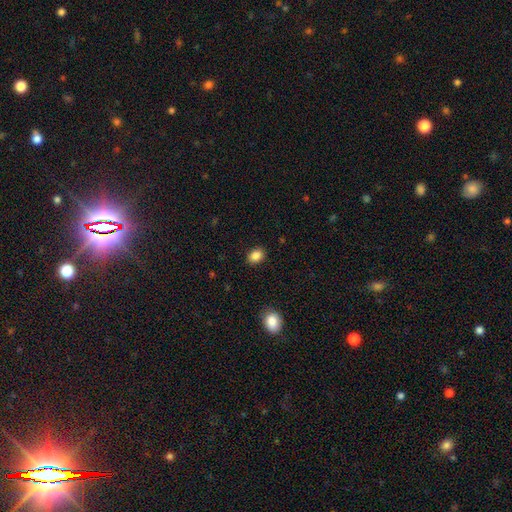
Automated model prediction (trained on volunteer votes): The model was most divided on "how rounded": in between: 63%, round: 36%, cigar-shaped: 1%. More confident: merging — none (88%); smooth or featured — smooth (86%).